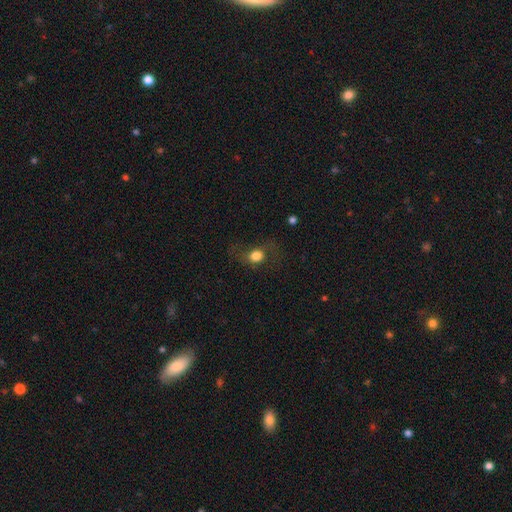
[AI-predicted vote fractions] A smooth galaxy with no disk features (69%) that is round (54%). Merging: none (58%).